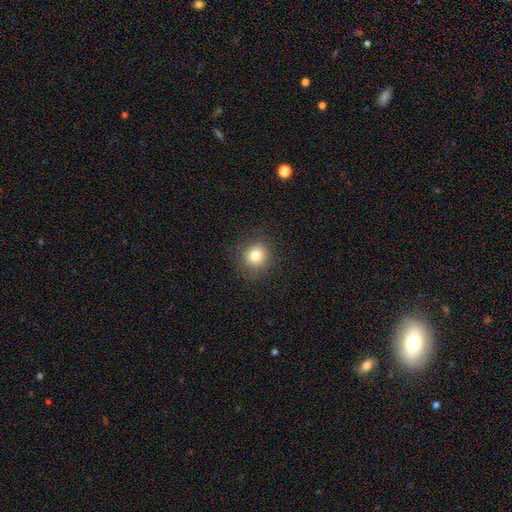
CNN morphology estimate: Smooth or featured: smooth — 80% (star or artifact — 12%)
How rounded: round — 88% (in between — 11%)
Merging: none — 87% (minor disturbance — 8%)